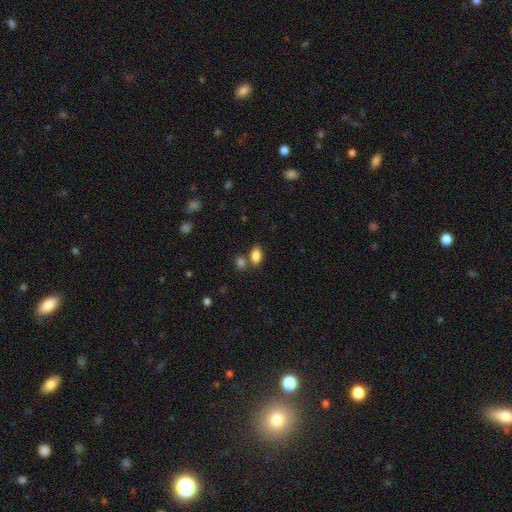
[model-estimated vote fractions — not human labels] Q: Smooth or featured?
A: smooth (85%); runner-up: star or artifact (10%)
Q: How rounded?
A: in between (89%); runner-up: round (8%)
Q: Merging?
A: none (61%); runner-up: merger (24%)